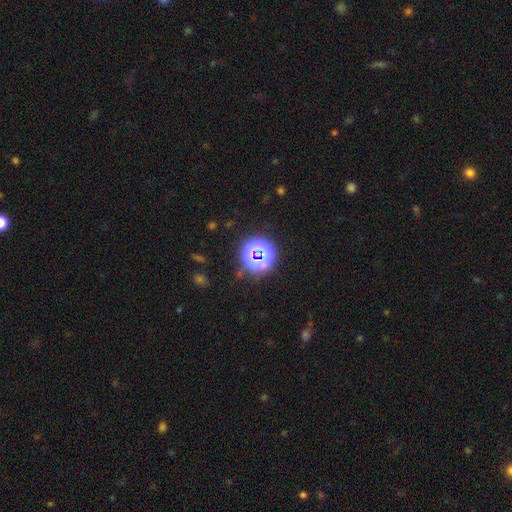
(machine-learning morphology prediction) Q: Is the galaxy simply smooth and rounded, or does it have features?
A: star or artifact — 66%.